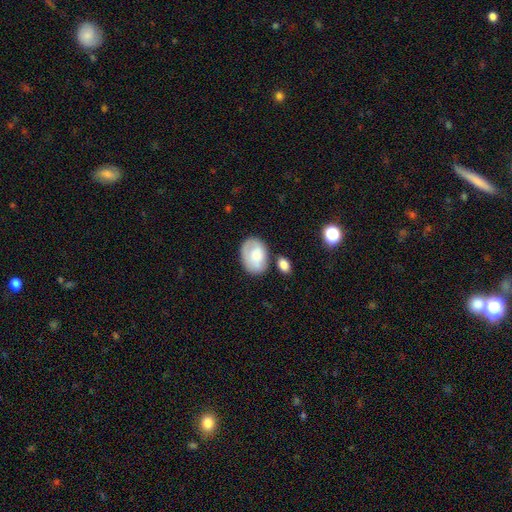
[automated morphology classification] A smooth galaxy with no disk features (68%) that is in between round and cigar-shaped (78%). Merging: none (58%).